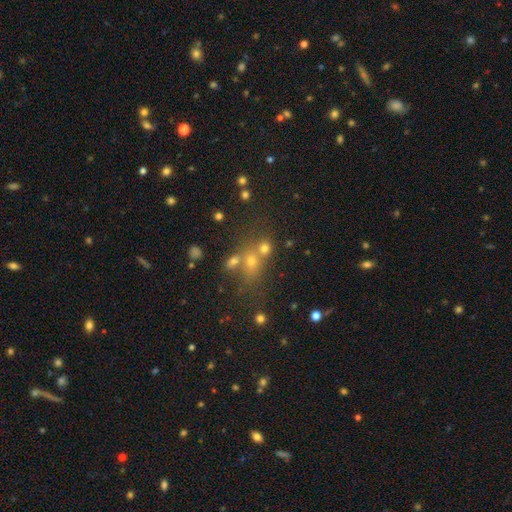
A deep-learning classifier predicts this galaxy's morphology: smooth-or-featured: smooth: 44% | star or artifact: 39% | featured or disk: 18%
  merging: none: 47% | merger: 39% | minor disturbance: 9% | major disturbance: 6%